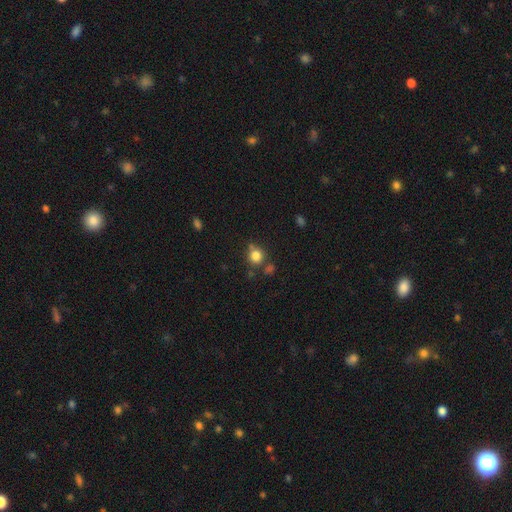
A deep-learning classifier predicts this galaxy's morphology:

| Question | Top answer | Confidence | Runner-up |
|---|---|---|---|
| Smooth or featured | smooth | 81% | star or artifact (13%) |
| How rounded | round | 84% | in between (14%) |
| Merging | none | 68% | minor disturbance (14%) |